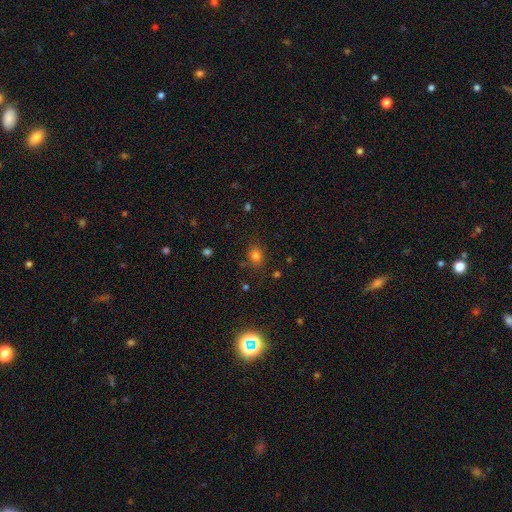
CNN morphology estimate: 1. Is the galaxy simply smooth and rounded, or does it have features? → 76% smooth, 17% star or artifact, 7% featured or disk.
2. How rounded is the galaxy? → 67% round, 32% in between, 1% cigar-shaped.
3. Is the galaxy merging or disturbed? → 79% none, 14% minor disturbance, 5% major disturbance, 3% merger.